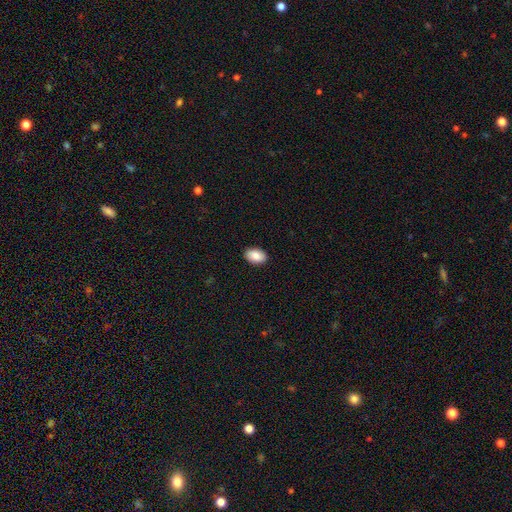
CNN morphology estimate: Q: Smooth or featured?
A: smooth (86%); runner-up: featured or disk (7%)
Q: How rounded?
A: in between (90%); runner-up: round (9%)
Q: Merging?
A: none (90%); runner-up: minor disturbance (7%)